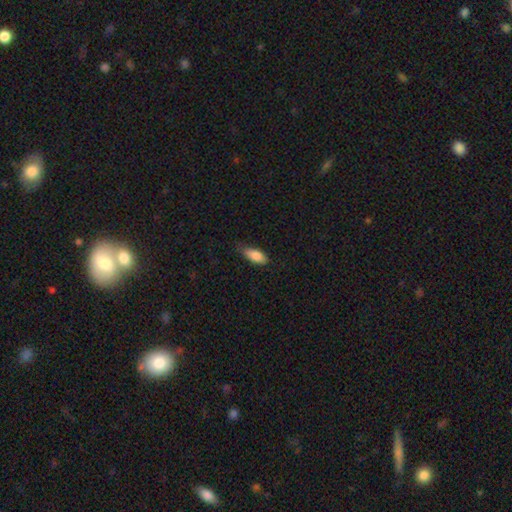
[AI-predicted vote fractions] This is clearly a smooth galaxy (85%). How rounded: clearly in between (81%). Merging: likely none (67%).